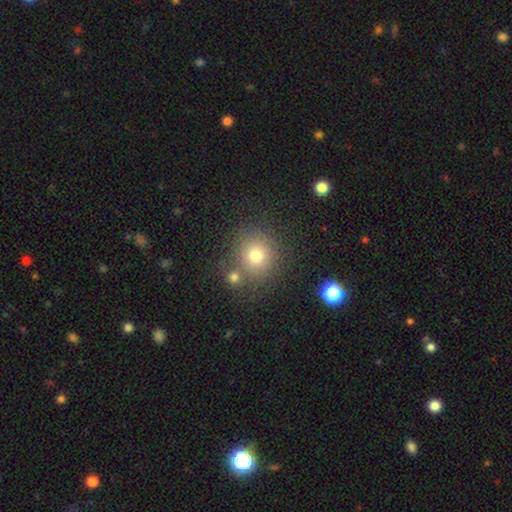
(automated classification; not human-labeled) Morphology: type=smooth (74%); roundness=round (87%); merging=none (71%).